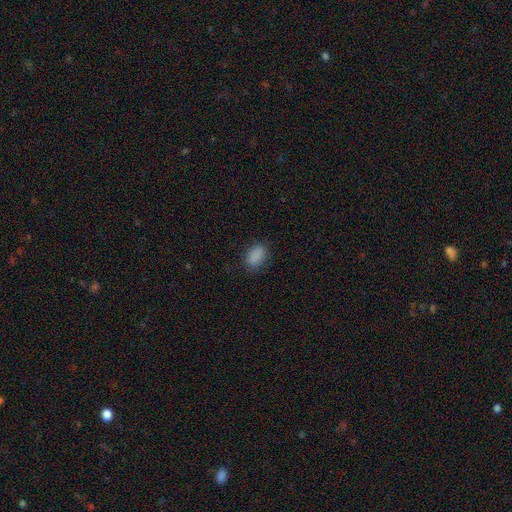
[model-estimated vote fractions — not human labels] smooth_or_featured: smooth (p=0.87) [alt: star or artifact p=0.09]
how_rounded: in between (p=0.86) [alt: round p=0.12]
merging: none (p=0.81) [alt: minor disturbance p=0.14]